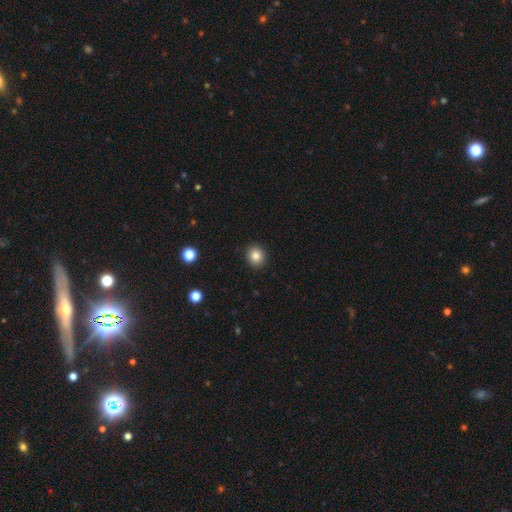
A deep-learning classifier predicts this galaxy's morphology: Smooth or featured? Predicted: smooth (p=0.84). How rounded? Predicted: round (p=0.81). Merging? Predicted: none (p=0.92).